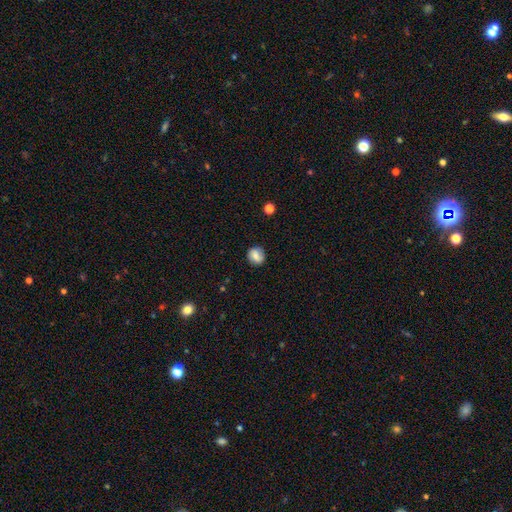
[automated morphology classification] Smooth or featured?
  - smooth: 70% *
  - featured or disk: 21%
  - star or artifact: 9%
How rounded?
  - round: 82% *
  - in between: 17%
  - cigar-shaped: 1%
Merging?
  - none: 84% *
  - minor disturbance: 12%
  - major disturbance: 3%
  - merger: 1%